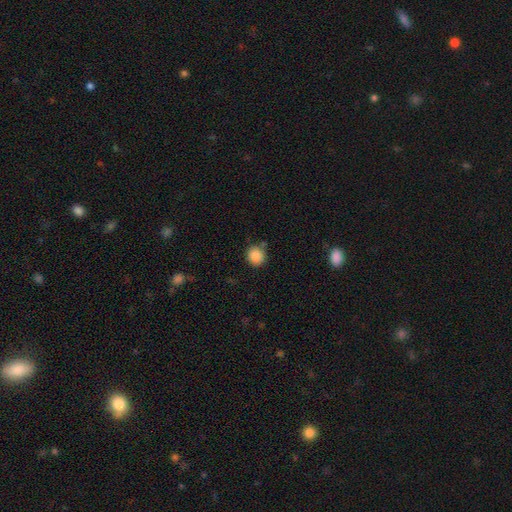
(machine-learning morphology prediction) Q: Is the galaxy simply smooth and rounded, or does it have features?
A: smooth — 87%.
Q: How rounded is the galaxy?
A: round — 88%.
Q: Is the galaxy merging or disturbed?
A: none — 80%.